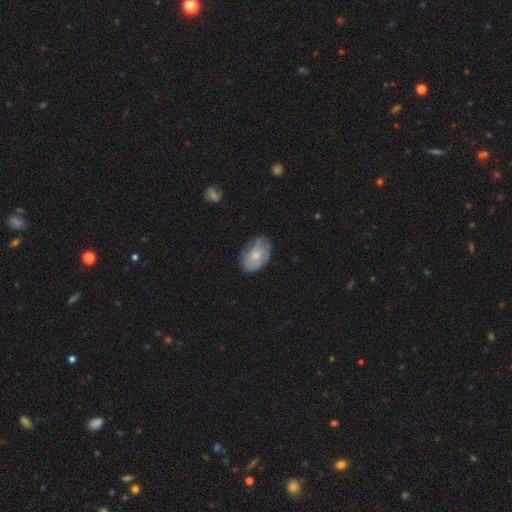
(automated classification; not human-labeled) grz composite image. It shows a smooth galaxy with no disk features (50%). Merging: none (68%).